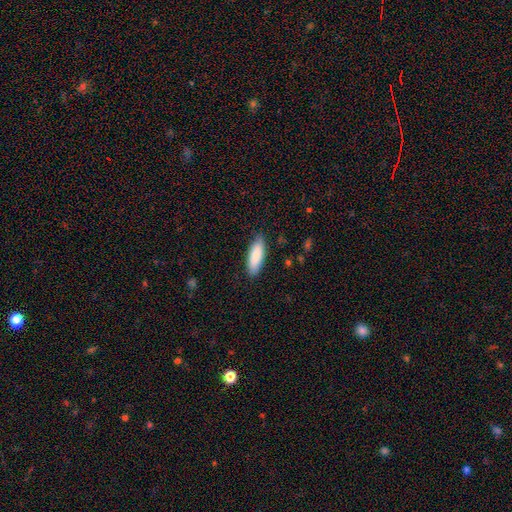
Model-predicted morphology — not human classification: Q: Smooth or featured?
A: smooth (87%); runner-up: featured or disk (8%)
Q: How rounded?
A: in between (59%); runner-up: cigar-shaped (39%)
Q: Merging?
A: none (86%); runner-up: minor disturbance (11%)